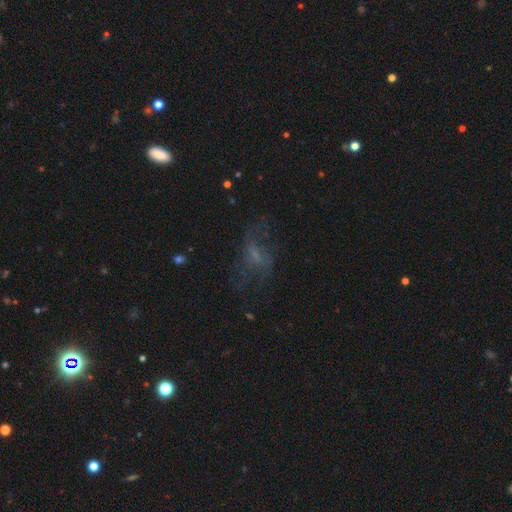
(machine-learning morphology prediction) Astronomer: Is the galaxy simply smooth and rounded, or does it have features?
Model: featured or disk — 46% (runner-up: smooth, 33%).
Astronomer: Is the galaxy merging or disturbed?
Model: none — 46% (runner-up: major disturbance, 33%).